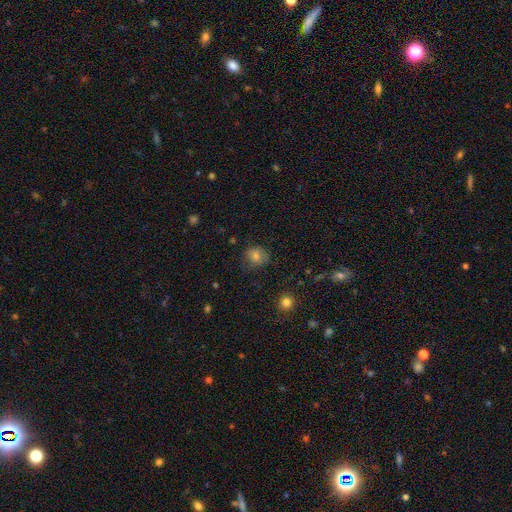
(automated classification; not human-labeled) This appears to be a smooth galaxy with no disk features (71%) that is round (76%). Merging: none (75%).